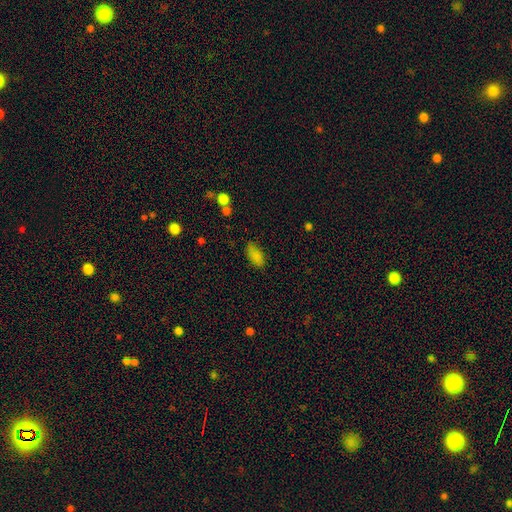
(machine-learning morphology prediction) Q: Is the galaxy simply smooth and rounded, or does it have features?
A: smooth — 83%.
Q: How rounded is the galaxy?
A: in between — 87%.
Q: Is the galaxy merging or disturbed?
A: none — 75%.